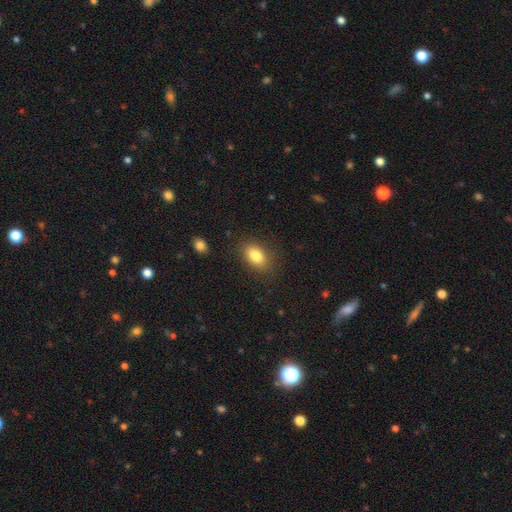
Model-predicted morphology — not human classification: Smooth or featured? smooth (83%)
How rounded? in between (86%)
Merging? none (83%)